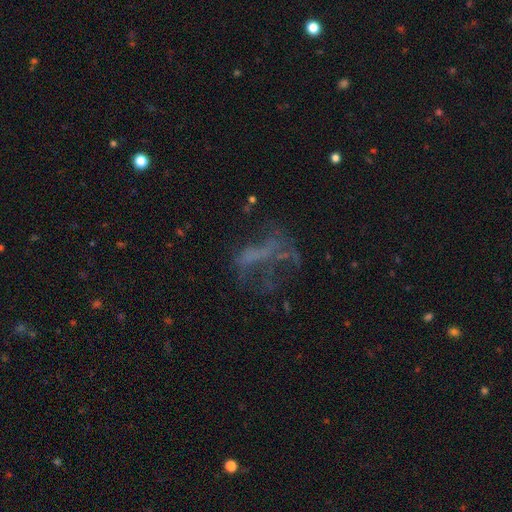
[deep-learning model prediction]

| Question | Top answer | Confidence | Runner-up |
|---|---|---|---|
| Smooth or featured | featured or disk | 47% | star or artifact (30%) |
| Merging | major disturbance | 42% | none (38%) |